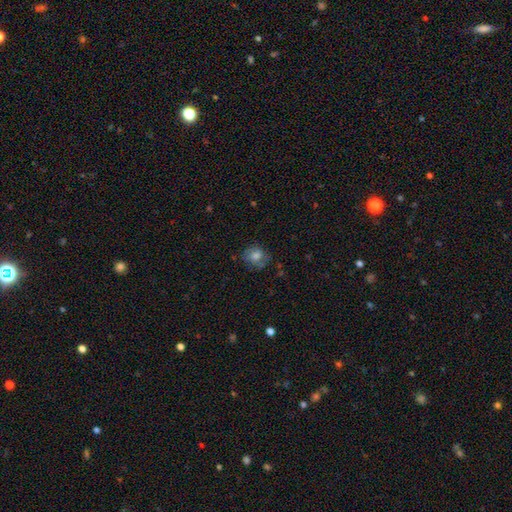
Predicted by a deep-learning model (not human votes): A smooth galaxy with no disk features (66%) that is round (65%).

Vote fractions:
- Smooth or featured? smooth: 66% / featured or disk: 23% / star or artifact: 11%
- How rounded? round: 65% / in between: 34% / cigar-shaped: 1%
- Merging? none: 66% / minor disturbance: 23% / major disturbance: 9% / merger: 2%